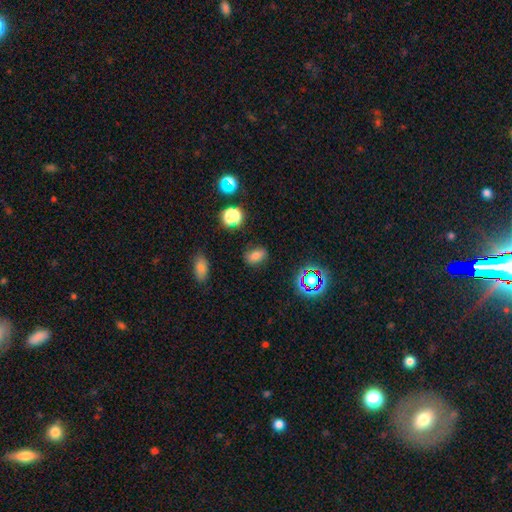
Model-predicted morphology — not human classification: This is likely a smooth galaxy (73%). How rounded: clearly in between (80%). Merging: clearly none (81%).